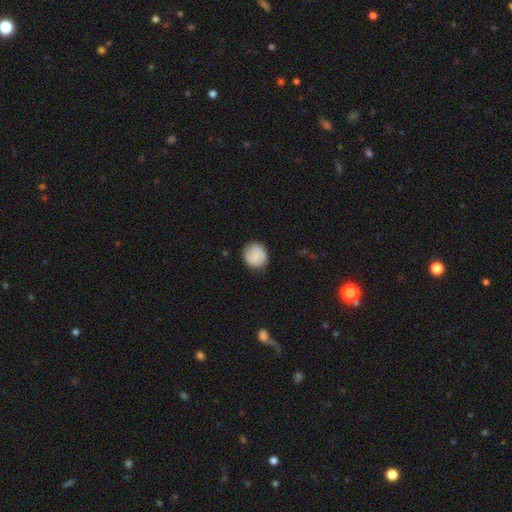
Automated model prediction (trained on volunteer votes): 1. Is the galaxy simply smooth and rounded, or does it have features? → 83% smooth, 10% featured or disk, 7% star or artifact.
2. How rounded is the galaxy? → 88% round, 11% in between, 1% cigar-shaped.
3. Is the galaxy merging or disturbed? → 83% none, 13% minor disturbance, 3% major disturbance, 1% merger.